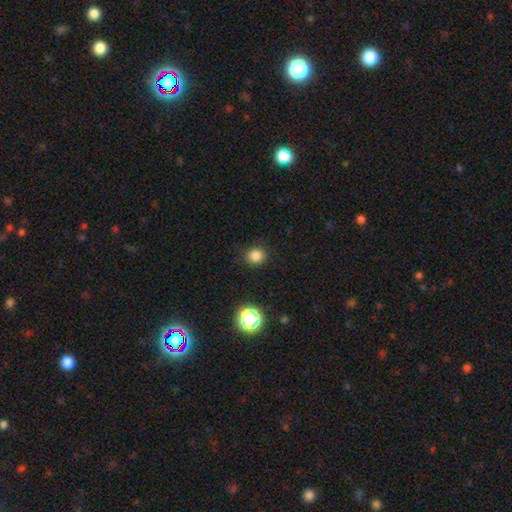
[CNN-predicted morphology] A smooth galaxy with no disk features (82%) that is round (86%).

Vote fractions:
- Smooth or featured? smooth: 82% / star or artifact: 14% / featured or disk: 4%
- How rounded? round: 86% / in between: 13% / cigar-shaped: 1%
- Merging? none: 88% / minor disturbance: 8% / major disturbance: 3% / merger: 1%